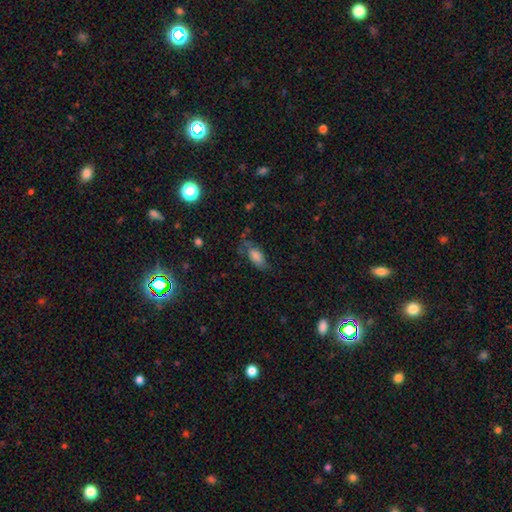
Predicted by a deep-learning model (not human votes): Smooth or featured?
  - smooth: 68% *
  - featured or disk: 19%
  - star or artifact: 13%
How rounded?
  - in between: 83% *
  - cigar-shaped: 13%
  - round: 4%
Merging?
  - none: 55% *
  - minor disturbance: 27%
  - major disturbance: 14%
  - merger: 3%